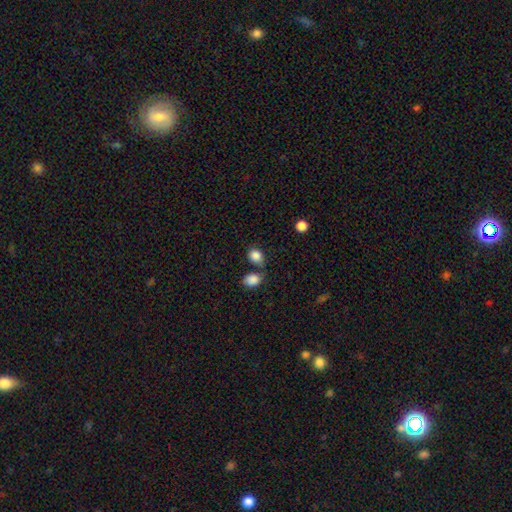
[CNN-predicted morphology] Q: Smooth or featured?
A: smooth (86%); runner-up: star or artifact (9%)
Q: How rounded?
A: in between (62%); runner-up: round (37%)
Q: Merging?
A: none (55%); runner-up: merger (24%)